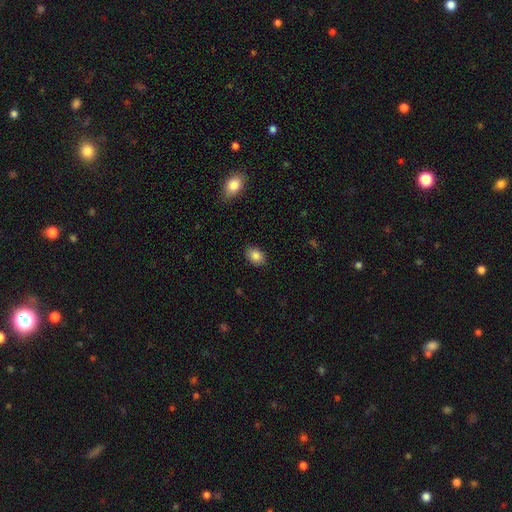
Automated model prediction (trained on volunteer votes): Smooth or featured? smooth (86%)
How rounded? in between (76%)
Merging? none (87%)